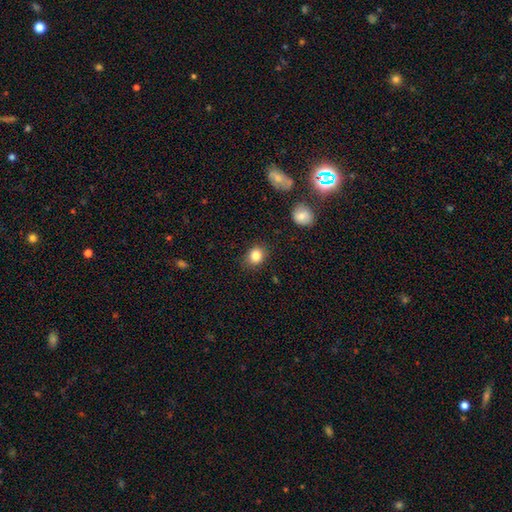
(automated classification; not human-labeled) This appears to be a smooth galaxy with no disk features (85%) that is round (61%). Merging: none (84%).